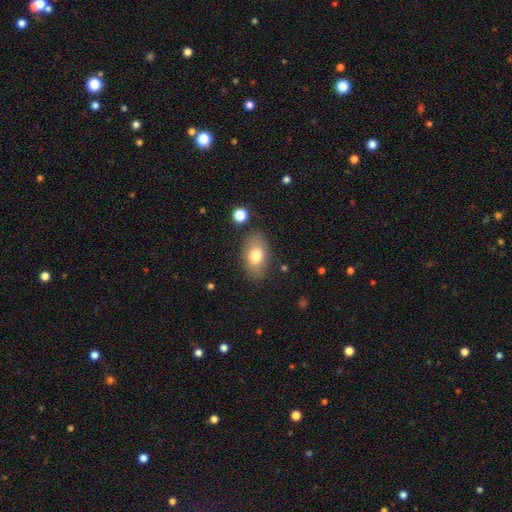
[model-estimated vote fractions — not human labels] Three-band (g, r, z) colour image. It shows a smooth galaxy with no disk features (76%) that is in between round and cigar-shaped (88%). Merging: none (80%).